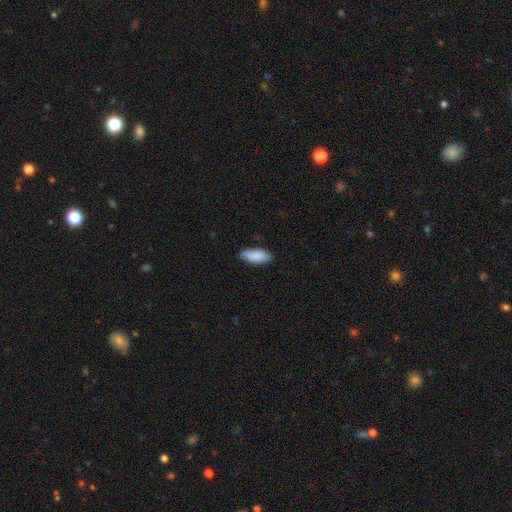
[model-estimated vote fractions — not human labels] Smooth or featured: smooth — 89% (star or artifact — 6%)
How rounded: in between — 82% (cigar-shaped — 16%)
Merging: none — 82% (minor disturbance — 15%)